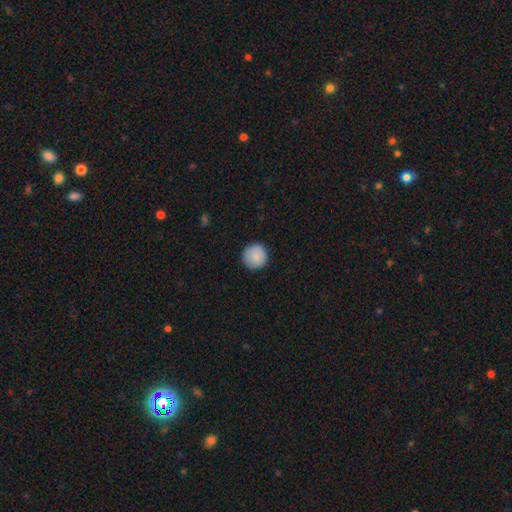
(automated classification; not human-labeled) Morphology: type=smooth (89%); roundness=round (96%); merging=none (91%).